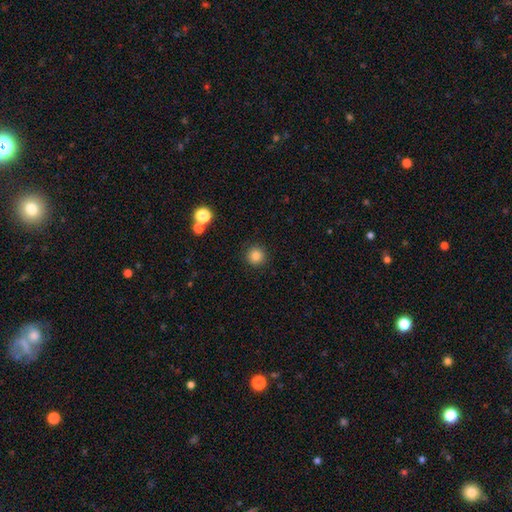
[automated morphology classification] smooth_or_featured: smooth (p=0.84) [alt: star or artifact p=0.11]
how_rounded: round (p=0.94) [alt: in between p=0.05]
merging: none (p=0.91) [alt: minor disturbance p=0.05]